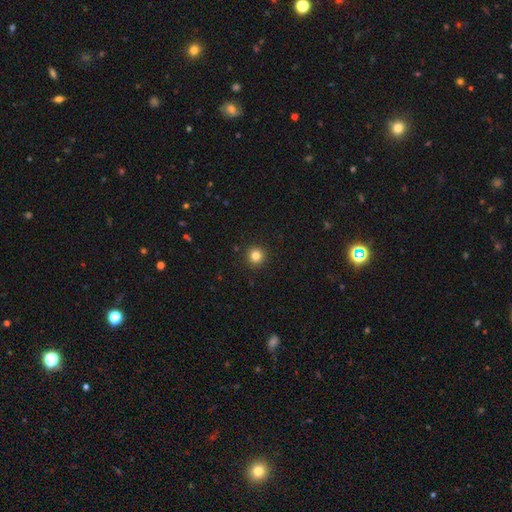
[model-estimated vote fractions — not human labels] smooth-or-featured: smooth: 82% | star or artifact: 13% | featured or disk: 5%
  how-rounded: round: 95% | in between: 4% | cigar-shaped: 1%
  merging: none: 93% | minor disturbance: 4% | major disturbance: 2% | merger: 1%